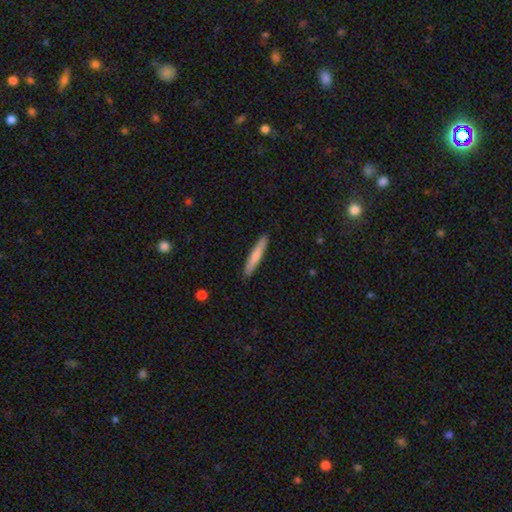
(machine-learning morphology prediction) A smooth galaxy with no disk features (74%) that is cigar-shaped (94%). Merging: none (91%).